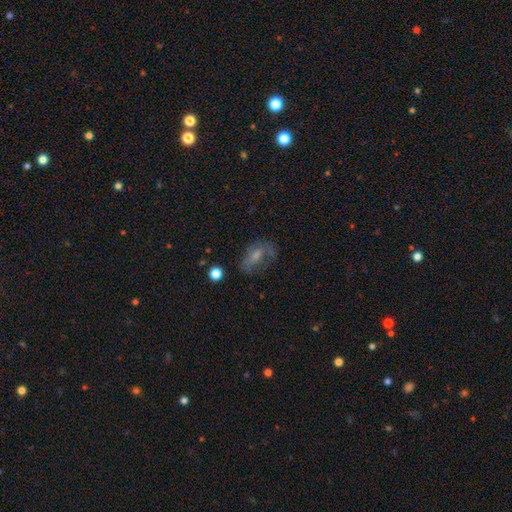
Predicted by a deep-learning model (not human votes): Overall: featured or disk (44%; smooth 43%). Merging: none (46%; major disturbance 27%).